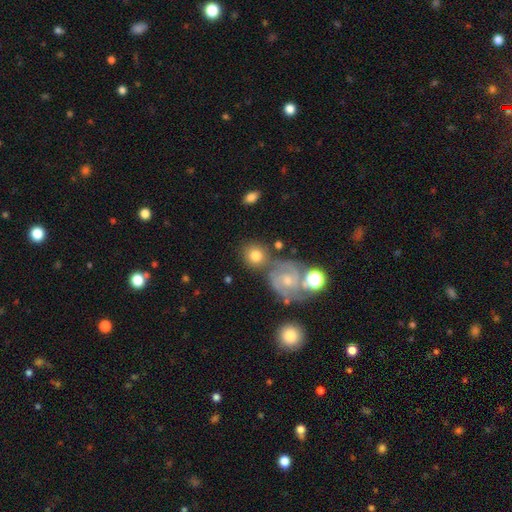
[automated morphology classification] This is likely a smooth galaxy (62%). How rounded: clearly round (85%). Merging: possibly none (58%).